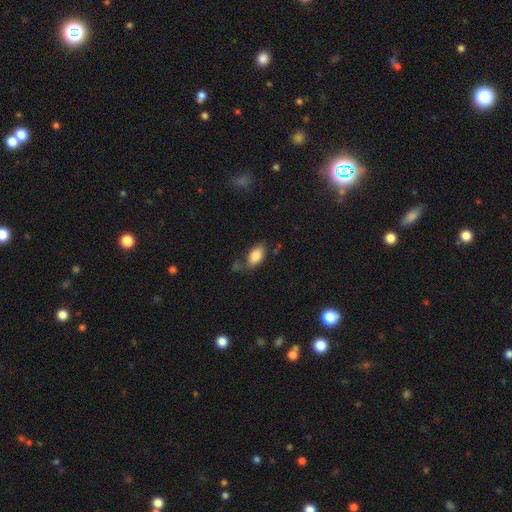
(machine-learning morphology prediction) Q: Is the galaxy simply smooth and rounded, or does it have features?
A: smooth — 83%.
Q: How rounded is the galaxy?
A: in between — 92%.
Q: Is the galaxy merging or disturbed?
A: none — 67%.